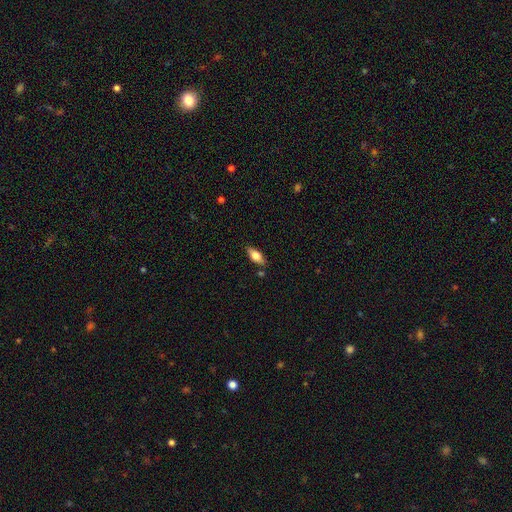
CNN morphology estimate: Smooth or featured? smooth (66%)
How rounded? in between (78%)
Merging? none (83%)